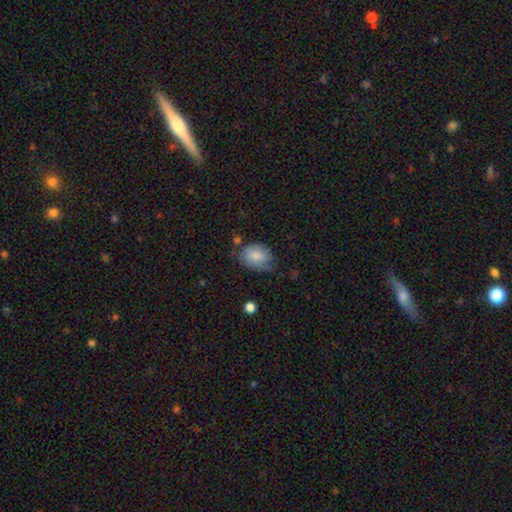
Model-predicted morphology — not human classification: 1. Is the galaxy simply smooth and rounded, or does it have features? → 80% smooth, 13% featured or disk, 7% star or artifact.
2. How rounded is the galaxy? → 73% in between, 26% round, 1% cigar-shaped.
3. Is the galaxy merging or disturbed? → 55% none, 32% minor disturbance, 9% major disturbance, 4% merger.